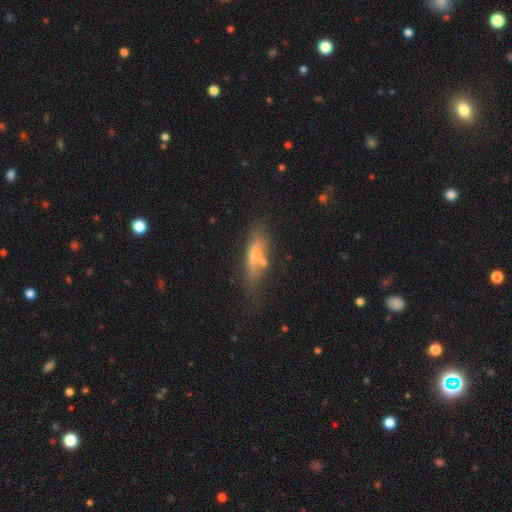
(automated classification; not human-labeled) Q: Smooth or featured?
A: smooth (49%); runner-up: featured or disk (41%)
Q: Merging?
A: none (56%); runner-up: minor disturbance (22%)